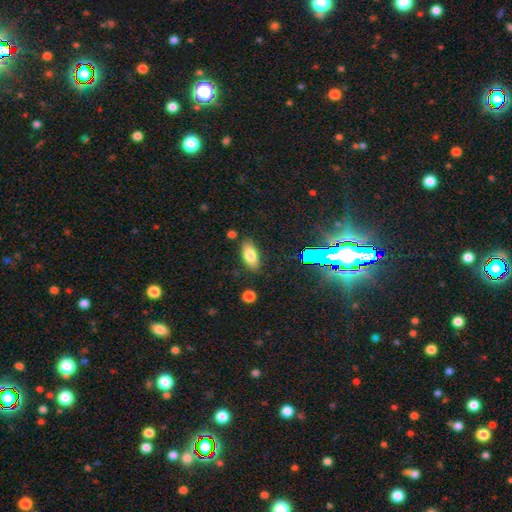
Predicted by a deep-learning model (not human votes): Morphology: type=smooth (74%); roundness=in between (87%); merging=none (84%).